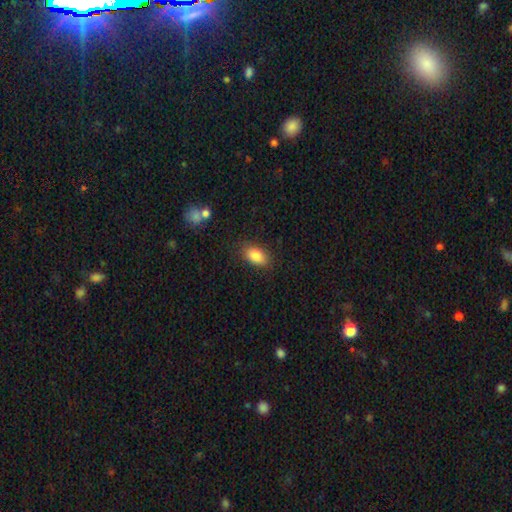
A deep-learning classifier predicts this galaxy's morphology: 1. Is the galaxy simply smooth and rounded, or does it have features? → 85% smooth, 8% star or artifact, 7% featured or disk.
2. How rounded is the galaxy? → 90% in between, 7% round, 3% cigar-shaped.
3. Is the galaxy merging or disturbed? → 84% none, 11% minor disturbance, 3% major disturbance, 2% merger.